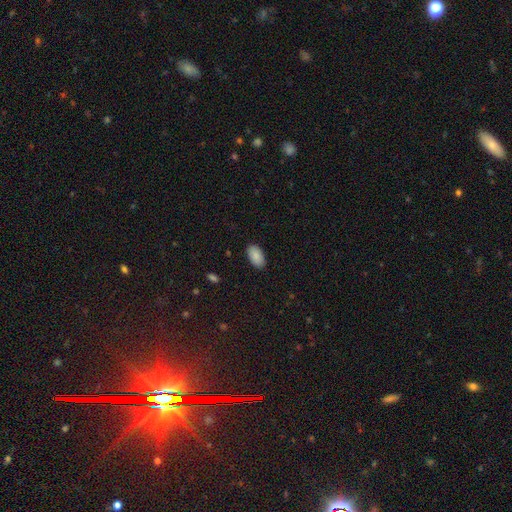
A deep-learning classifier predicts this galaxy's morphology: Smooth or featured: smooth — 90% (star or artifact — 7%)
How rounded: in between — 95% (round — 3%)
Merging: none — 88% (minor disturbance — 9%)